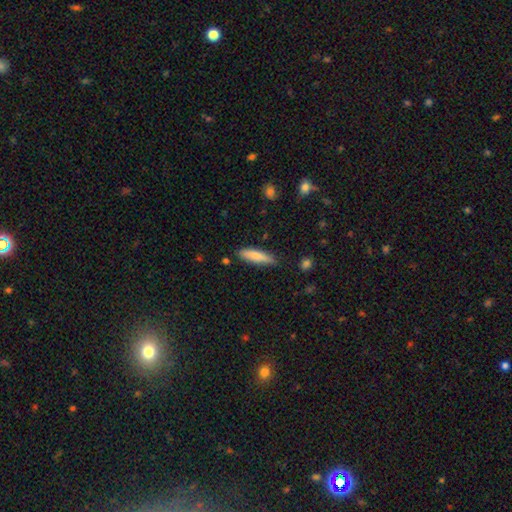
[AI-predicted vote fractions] Q: Smooth or featured?
A: smooth (79%); runner-up: featured or disk (15%)
Q: How rounded?
A: cigar-shaped (71%); runner-up: in between (27%)
Q: Merging?
A: none (80%); runner-up: minor disturbance (15%)